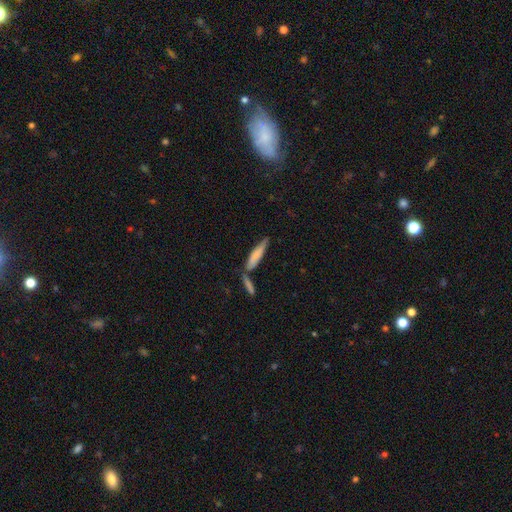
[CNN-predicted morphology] Smooth or featured? Predicted: smooth (p=0.73). How rounded? Predicted: cigar-shaped (p=0.80). Merging? Predicted: none (p=0.55).